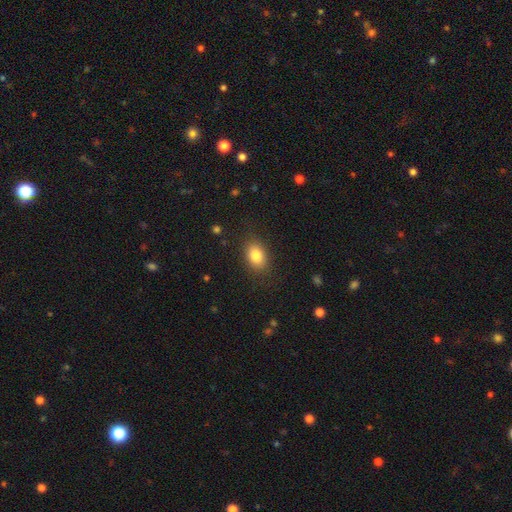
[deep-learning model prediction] Smooth or featured? smooth (82%)
How rounded? in between (78%)
Merging? none (84%)